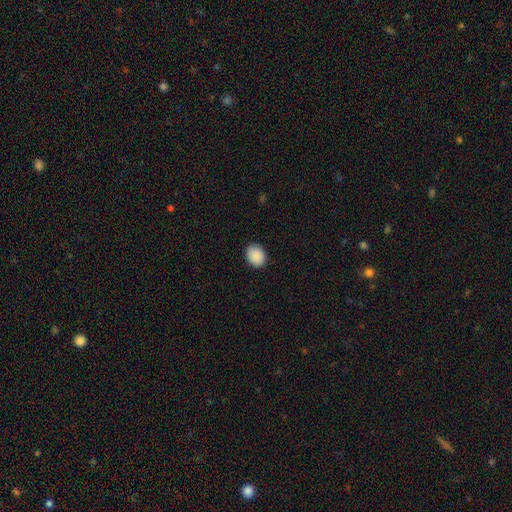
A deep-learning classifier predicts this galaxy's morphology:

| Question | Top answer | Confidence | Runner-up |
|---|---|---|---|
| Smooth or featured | smooth | 90% | star or artifact (7%) |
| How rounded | in between | 58% | round (41%) |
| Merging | none | 87% | minor disturbance (10%) |